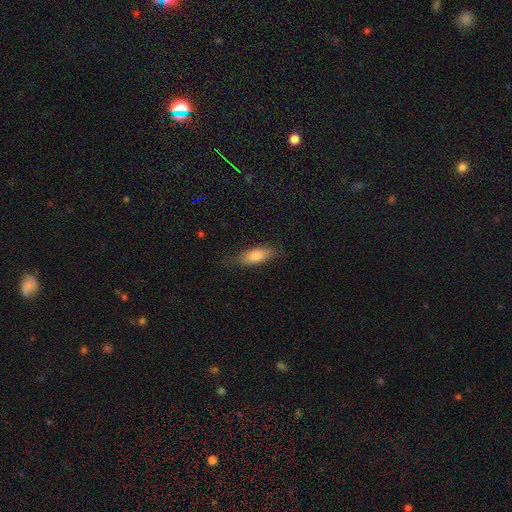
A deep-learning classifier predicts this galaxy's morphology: Smooth or featured? smooth (80%)
How rounded? in between (71%)
Merging? none (75%)